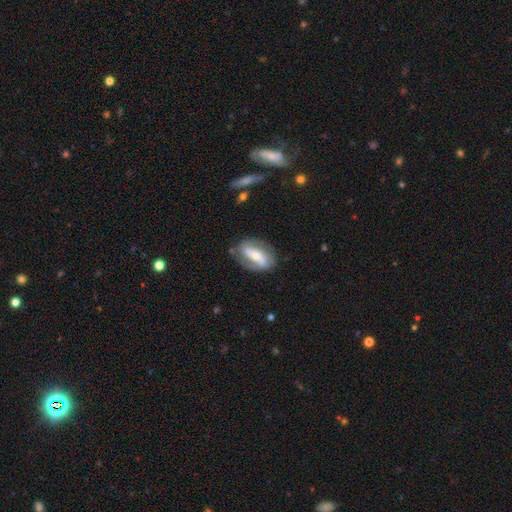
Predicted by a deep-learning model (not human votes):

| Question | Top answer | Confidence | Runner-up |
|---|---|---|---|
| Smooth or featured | featured or disk | 75% | smooth (20%) |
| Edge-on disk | no | 93% | yes (7%) |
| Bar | strong | 52% | weak (24%) |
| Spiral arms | yes | 81% | no (19%) |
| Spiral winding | medium | 39% | loose (33%) |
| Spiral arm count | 2 | 85% | can't tell (8%) |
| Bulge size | moderate | 48% | small (46%) |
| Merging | none | 77% | minor disturbance (15%) |